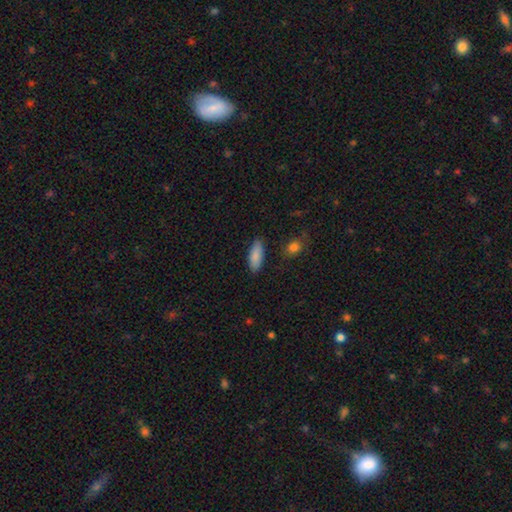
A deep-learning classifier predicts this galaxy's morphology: Smooth or featured? Predicted: smooth (p=0.87). How rounded? Predicted: in between (p=0.80). Merging? Predicted: none (p=0.86).